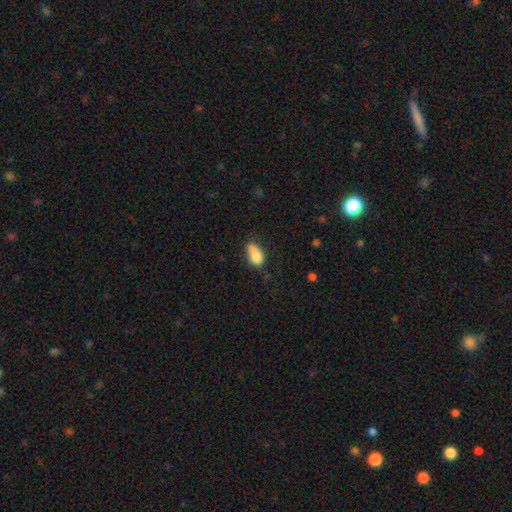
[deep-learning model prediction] Q: Smooth or featured?
A: smooth (79%); runner-up: featured or disk (12%)
Q: How rounded?
A: in between (83%); runner-up: round (12%)
Q: Merging?
A: none (36%); runner-up: minor disturbance (29%)